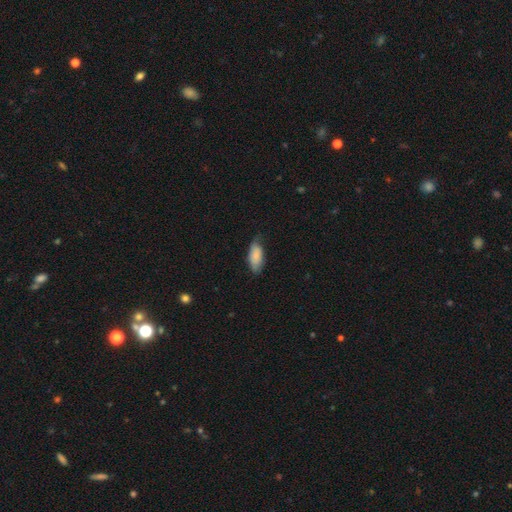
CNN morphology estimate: smooth 83%, featured or disk 11%, star or artifact 6%. Down the decision tree: how rounded — in between (86%); merging — none (65%).